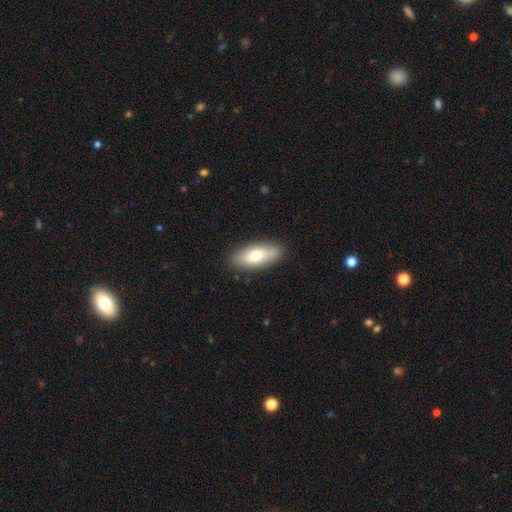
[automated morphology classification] This appears to be a smooth galaxy with no disk features (72%) that is in between round and cigar-shaped (79%). Merging: none (86%).